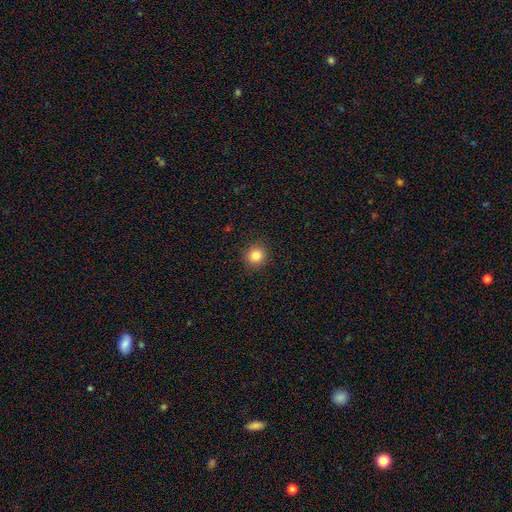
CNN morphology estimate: type=smooth (82%); roundness=round (91%); merging=none (91%).